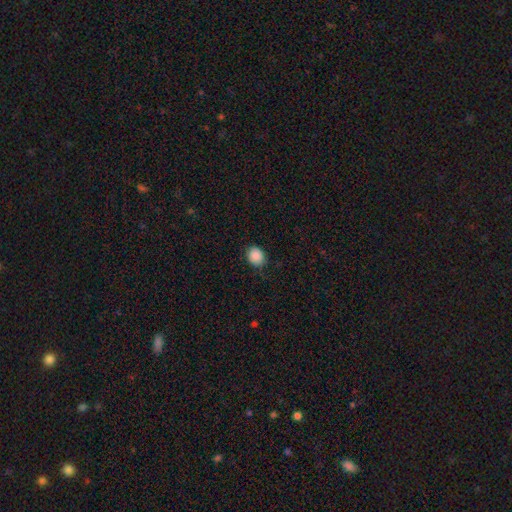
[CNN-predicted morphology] type=smooth (88%); roundness=round (66%); merging=none (82%).